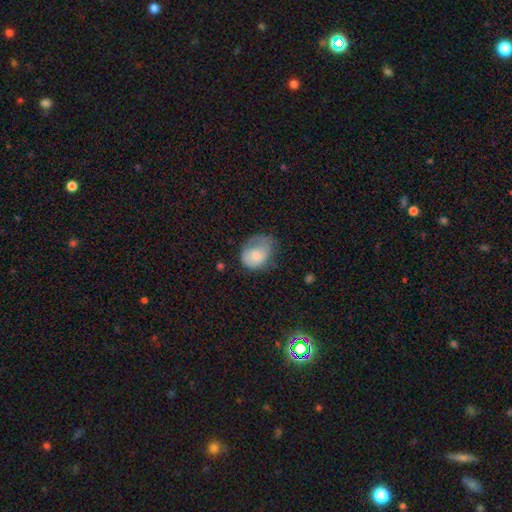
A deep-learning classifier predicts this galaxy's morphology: Smooth or featured?
  - smooth: 70% *
  - featured or disk: 23%
  - star or artifact: 7%
How rounded?
  - in between: 60% *
  - round: 39%
  - cigar-shaped: 1%
Merging?
  - minor disturbance: 35% *
  - none: 33%
  - major disturbance: 30%
  - merger: 2%